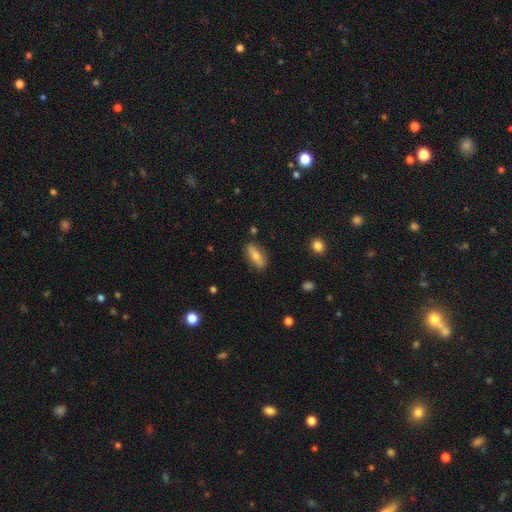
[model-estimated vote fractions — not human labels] Overall: smooth (68%). How rounded: in between (67%; cigar-shaped 30%). Merging: none (85%).